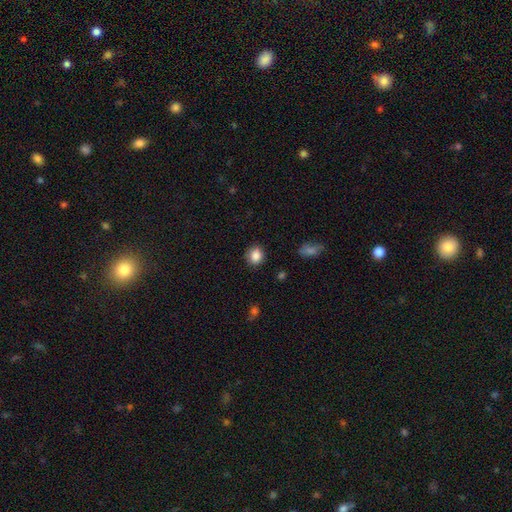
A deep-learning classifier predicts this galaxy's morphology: Smooth or featured?
  - smooth: 86% *
  - star or artifact: 9%
  - featured or disk: 5%
How rounded?
  - round: 74% *
  - in between: 25%
  - cigar-shaped: 1%
Merging?
  - none: 84% *
  - minor disturbance: 12%
  - major disturbance: 3%
  - merger: 1%